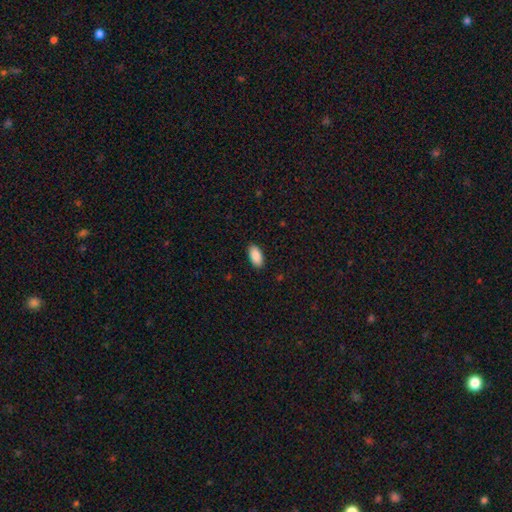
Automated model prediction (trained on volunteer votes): smooth 90%, star or artifact 6%, featured or disk 4%. Down the decision tree: how rounded — in between (94%); merging — none (89%).